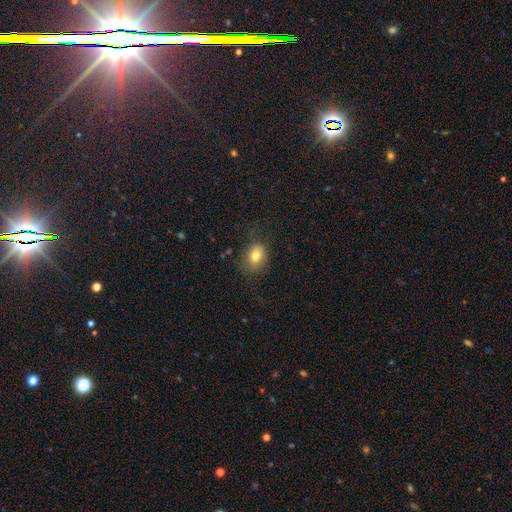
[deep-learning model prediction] A smooth galaxy with no disk features (78%) that is in between round and cigar-shaped (59%). Merging: none (73%).